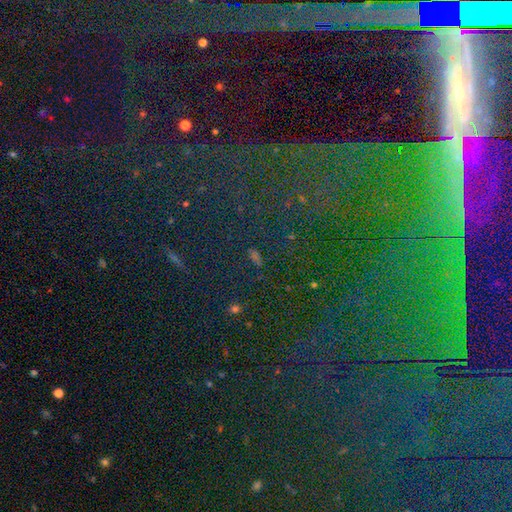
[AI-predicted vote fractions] This appears to be a star or artifact, not a galaxy (71%).